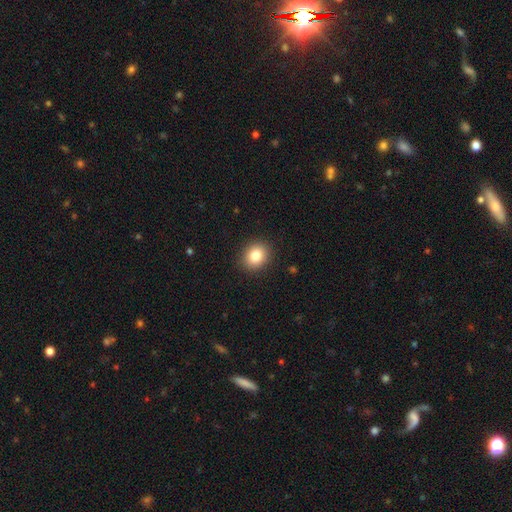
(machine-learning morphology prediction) smooth 82%, star or artifact 10%, featured or disk 7%. Down the decision tree: how rounded — round (70%); merging — none (90%).